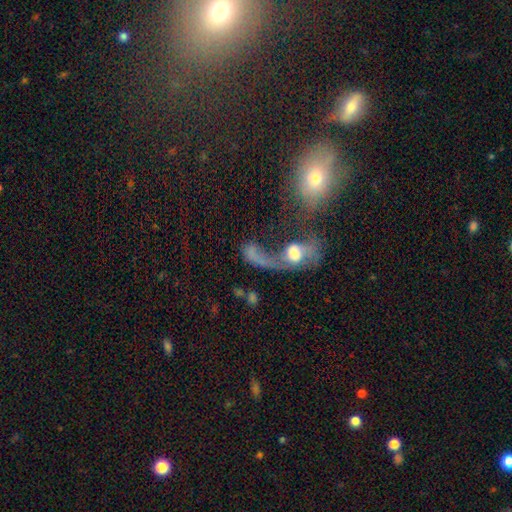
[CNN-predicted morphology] Smooth or featured: featured or disk — 47% (smooth — 39%)
Merging: merger — 44% (major disturbance — 34%)